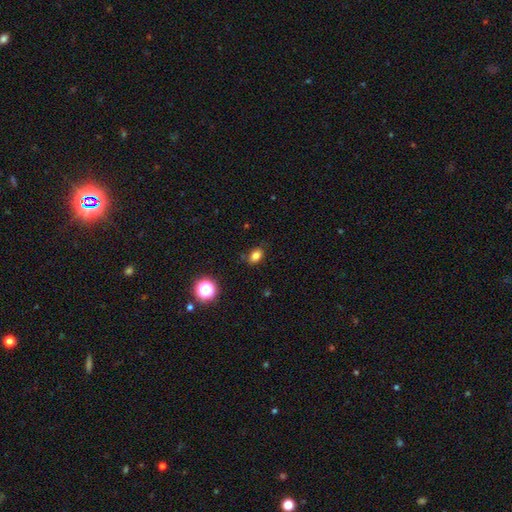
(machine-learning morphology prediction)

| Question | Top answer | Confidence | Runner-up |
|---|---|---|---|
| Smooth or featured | smooth | 80% | star or artifact (13%) |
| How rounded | in between | 76% | round (22%) |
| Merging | none | 80% | minor disturbance (15%) |